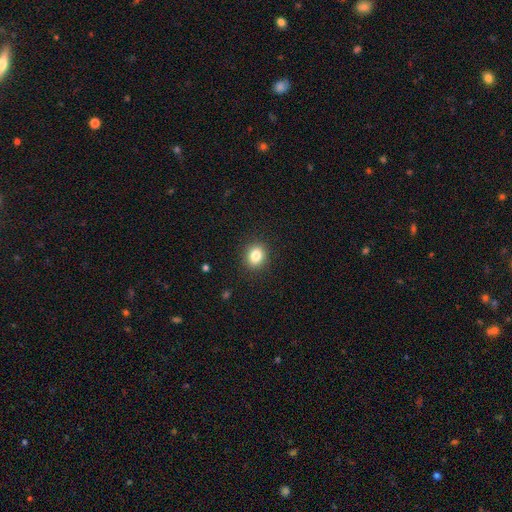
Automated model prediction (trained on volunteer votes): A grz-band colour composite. It shows a smooth galaxy with no disk features (83%) that is round (66%). Merging: none (90%).